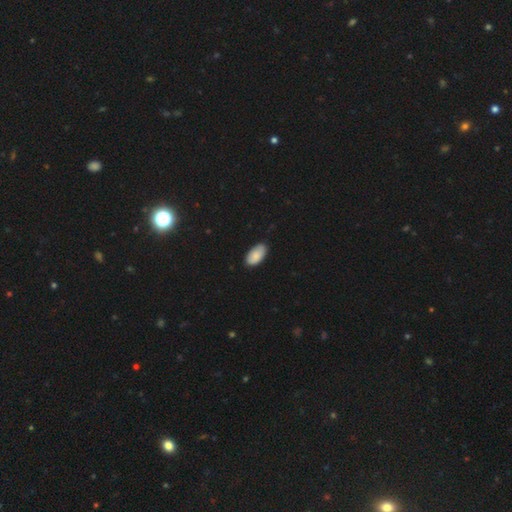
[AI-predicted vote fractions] smooth-or-featured: smooth: 86% | featured or disk: 8% | star or artifact: 6%
  how-rounded: in between: 96% | round: 2% | cigar-shaped: 2%
  merging: none: 81% | minor disturbance: 16% | major disturbance: 2% | merger: 1%